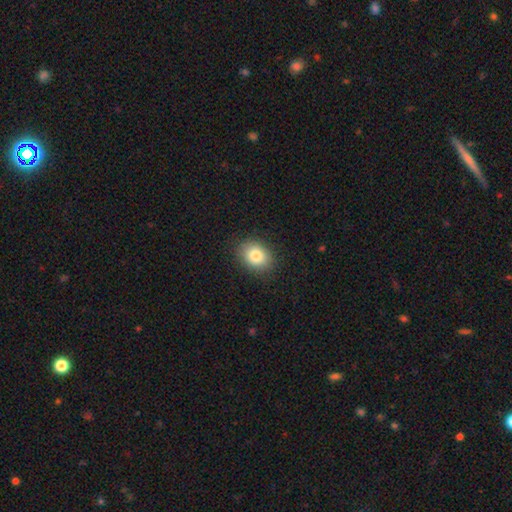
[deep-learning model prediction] smooth_or_featured: smooth (p=0.83) [alt: star or artifact p=0.09]
how_rounded: in between (p=0.59) [alt: round p=0.40]
merging: none (p=0.88) [alt: minor disturbance p=0.09]